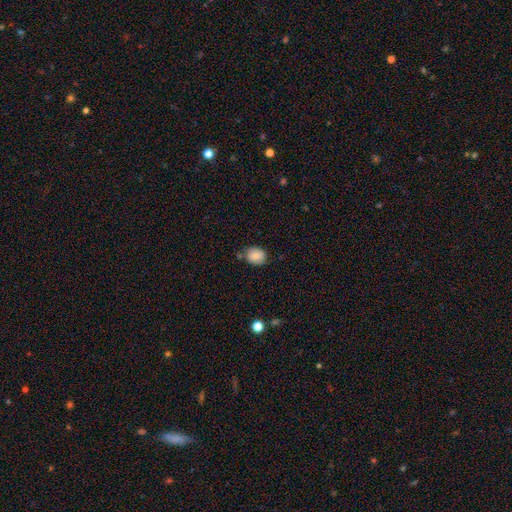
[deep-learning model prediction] A smooth galaxy with no disk features (84%) that is round (57%).

Vote fractions:
- Smooth or featured? smooth: 84% / star or artifact: 9% / featured or disk: 7%
- How rounded? round: 57% / in between: 42% / cigar-shaped: 1%
- Merging? none: 74% / minor disturbance: 17% / merger: 6% / major disturbance: 3%